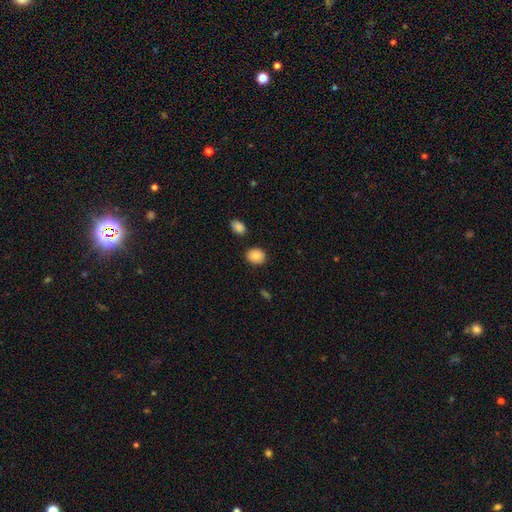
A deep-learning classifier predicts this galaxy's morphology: smooth 86%, star or artifact 8%, featured or disk 6%. Down the decision tree: how rounded — round (62%); merging — none (86%).